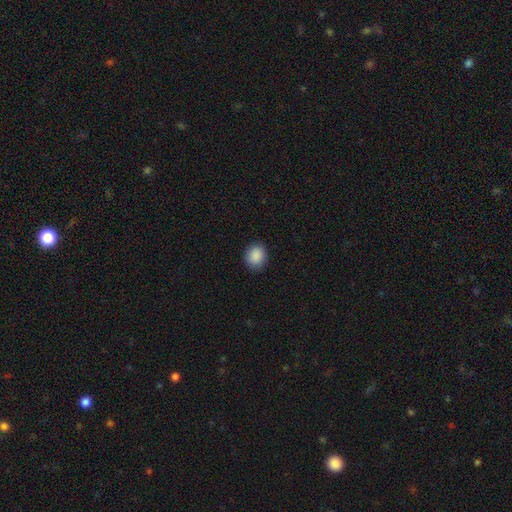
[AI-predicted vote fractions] Smooth or featured?
  - smooth: 89% *
  - star or artifact: 8%
  - featured or disk: 3%
How rounded?
  - round: 66% *
  - in between: 33%
  - cigar-shaped: 1%
Merging?
  - none: 87% *
  - minor disturbance: 10%
  - major disturbance: 2%
  - merger: 1%